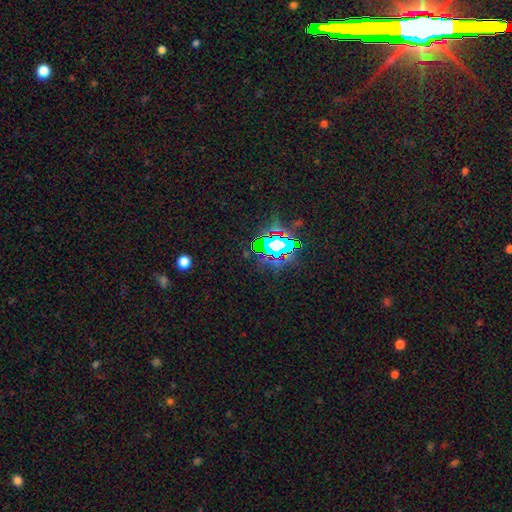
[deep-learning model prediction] Q: Smooth or featured?
A: star or artifact (80%); runner-up: smooth (12%)